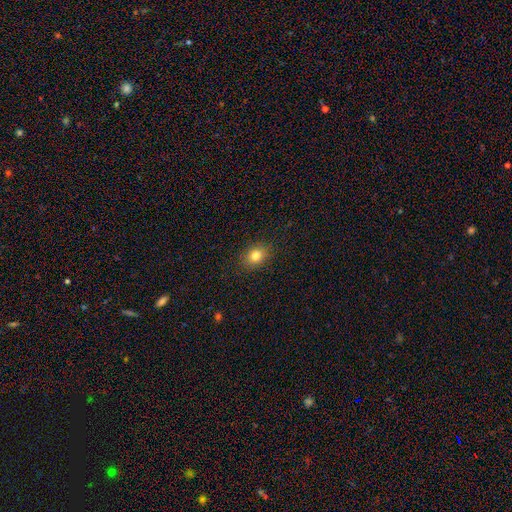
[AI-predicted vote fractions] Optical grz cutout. It shows a smooth galaxy with no disk features (81%) that is in between round and cigar-shaped (54%). Merging: none (88%).